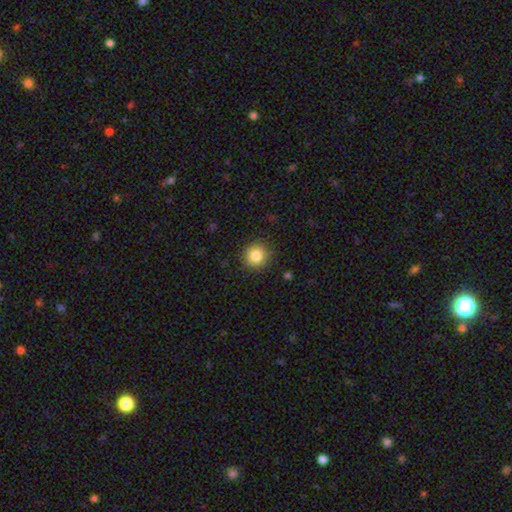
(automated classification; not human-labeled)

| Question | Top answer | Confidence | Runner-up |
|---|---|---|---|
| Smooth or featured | smooth | 84% | star or artifact (10%) |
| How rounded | round | 92% | in between (7%) |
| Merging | none | 90% | minor disturbance (7%) |